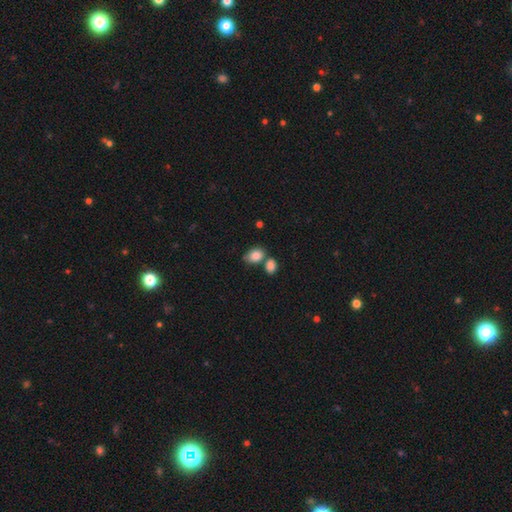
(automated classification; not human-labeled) The model was most divided on "merging": none: 48%, merger: 33%, minor disturbance: 15%, major disturbance: 5%. More confident: smooth or featured — smooth (86%); how rounded — in between (77%).